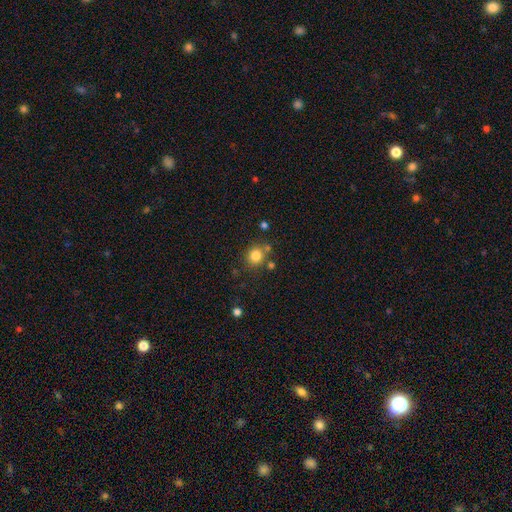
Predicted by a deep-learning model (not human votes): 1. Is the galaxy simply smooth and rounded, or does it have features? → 82% smooth, 12% star or artifact, 6% featured or disk.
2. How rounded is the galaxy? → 82% round, 17% in between, 1% cigar-shaped.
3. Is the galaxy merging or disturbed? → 74% none, 12% merger, 11% minor disturbance, 4% major disturbance.